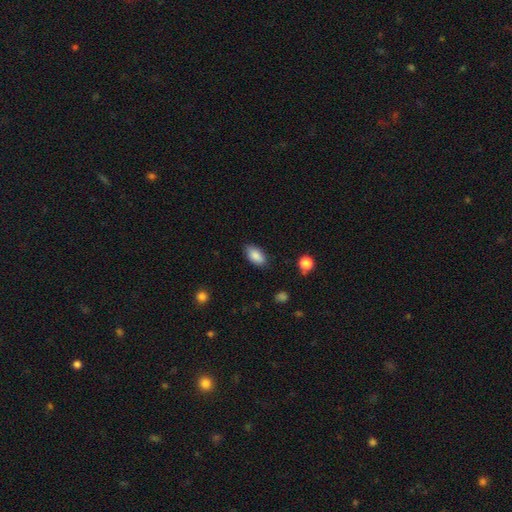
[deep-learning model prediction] Morphology: type=smooth (86%); roundness=in between (92%); merging=none (82%).